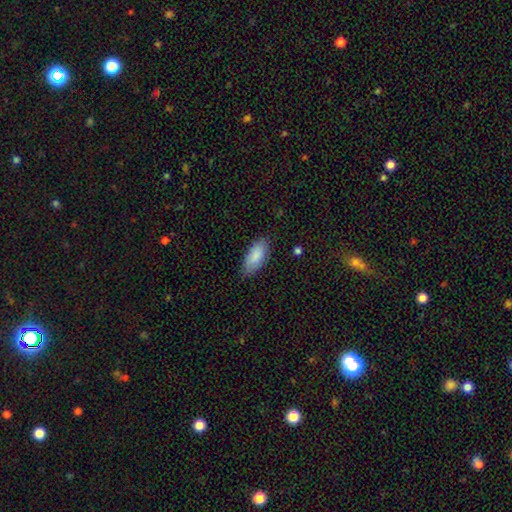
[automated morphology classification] Smooth or featured?
  - smooth: 87% *
  - featured or disk: 7%
  - star or artifact: 6%
How rounded?
  - in between: 88% *
  - cigar-shaped: 10%
  - round: 2%
Merging?
  - none: 80% *
  - minor disturbance: 16%
  - major disturbance: 3%
  - merger: 1%